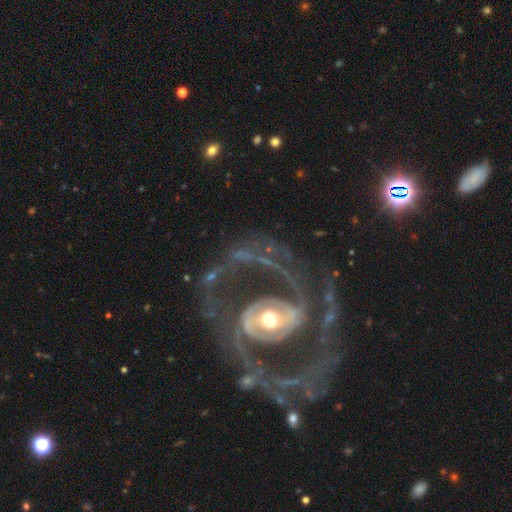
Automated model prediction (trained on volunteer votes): This appears to be a featured or disk galaxy (89%) with no bar (38%), 2 (81%) medium (50%) spiral arms (87%) and a moderate central bulge (55%). Merging: none (70%).